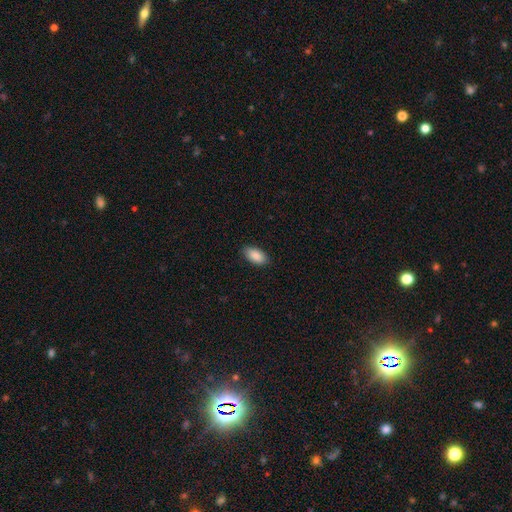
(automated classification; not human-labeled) A smooth galaxy with no disk features (90%) that is in between round and cigar-shaped (94%).

Vote fractions:
- Smooth or featured? smooth: 90% / star or artifact: 6% / featured or disk: 4%
- How rounded? in between: 94% / cigar-shaped: 4% / round: 3%
- Merging? none: 87% / minor disturbance: 10% / major disturbance: 2% / merger: 1%